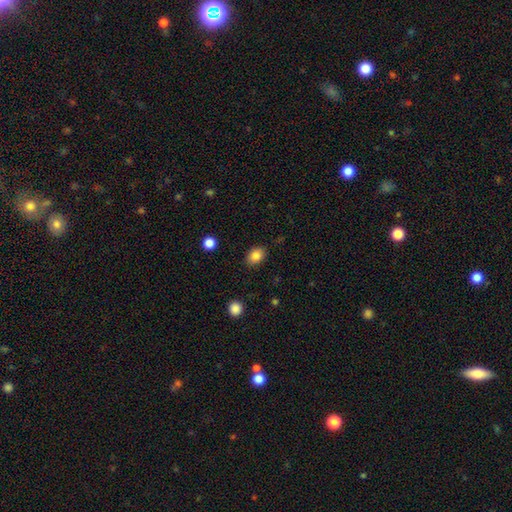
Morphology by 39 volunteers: Q: Smooth or featured?
A: smooth (82%); runner-up: featured or disk (10%)
Q: How rounded?
A: in between (62%); runner-up: round (38%)
Q: Merging?
A: none (89%); runner-up: minor disturbance (6%)